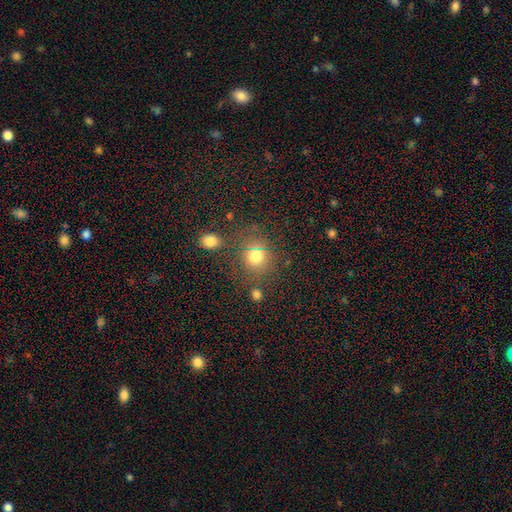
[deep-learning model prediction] This is likely a smooth galaxy (77%). How rounded: clearly round (80%). Merging: likely none (75%).